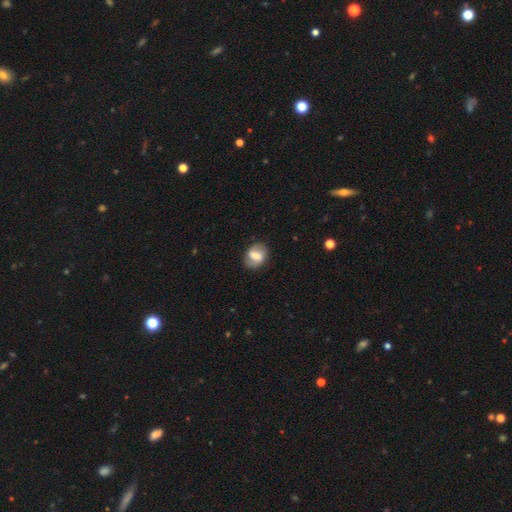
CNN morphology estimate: The model was most divided on "smooth or featured": featured or disk: 47%, smooth: 46%, star or artifact: 8%. More confident: merging — none (79%).